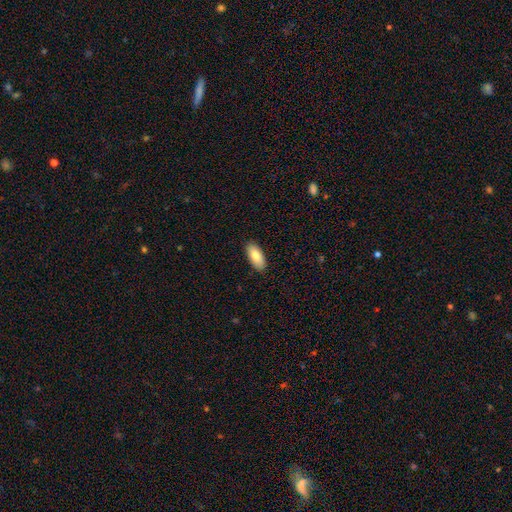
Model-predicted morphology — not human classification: A smooth galaxy with no disk features (84%) that is in between round and cigar-shaped (90%).

Vote fractions:
- Smooth or featured? smooth: 84% / featured or disk: 10% / star or artifact: 6%
- How rounded? in between: 90% / cigar-shaped: 8% / round: 2%
- Merging? none: 89% / minor disturbance: 9% / major disturbance: 2% / merger: 1%